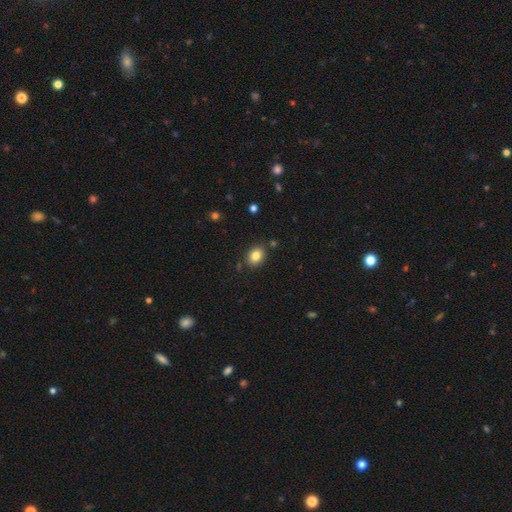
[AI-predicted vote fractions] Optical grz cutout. It shows a smooth galaxy with no disk features (84%) that is in between round and cigar-shaped (63%). Merging: none (85%).